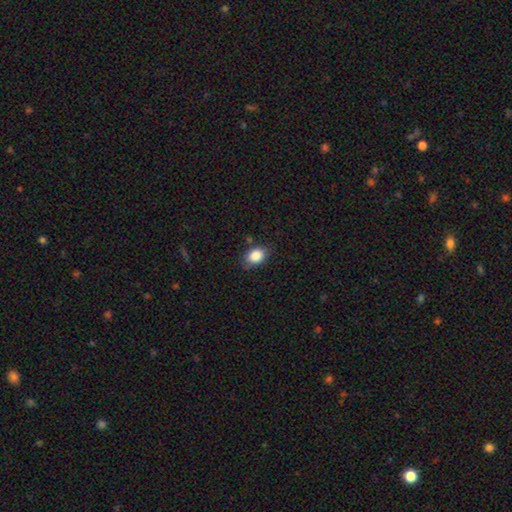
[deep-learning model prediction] A smooth galaxy with no disk features (86%) that is in between round and cigar-shaped (74%). Merging: none (79%).